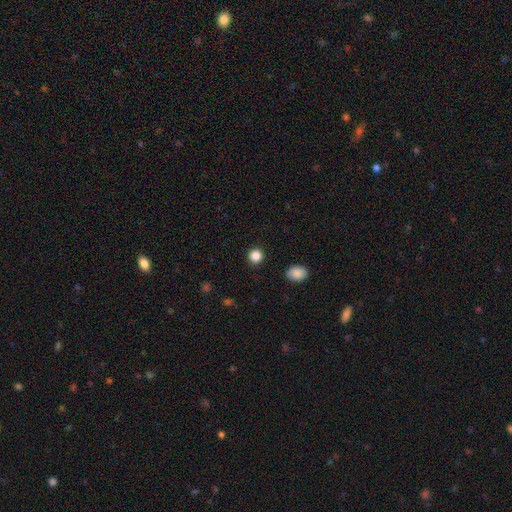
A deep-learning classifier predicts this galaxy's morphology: A smooth galaxy with no disk features (85%) that is round (91%). Merging: none (91%).